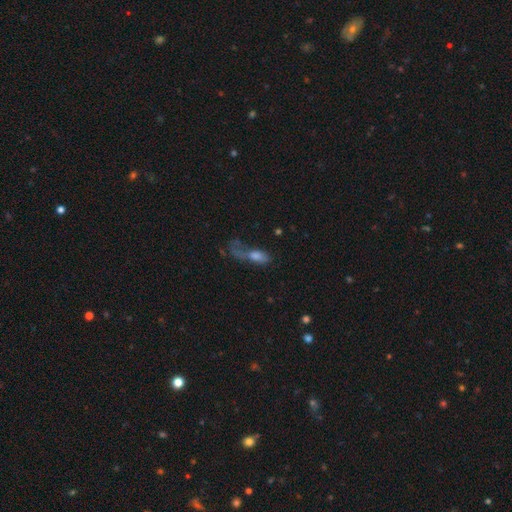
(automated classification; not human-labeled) smooth_or_featured: smooth (p=0.53) [alt: featured or disk p=0.31]
how_rounded: in between (p=0.64) [alt: cigar-shaped p=0.27]
merging: major disturbance (p=0.50) [alt: none p=0.23]